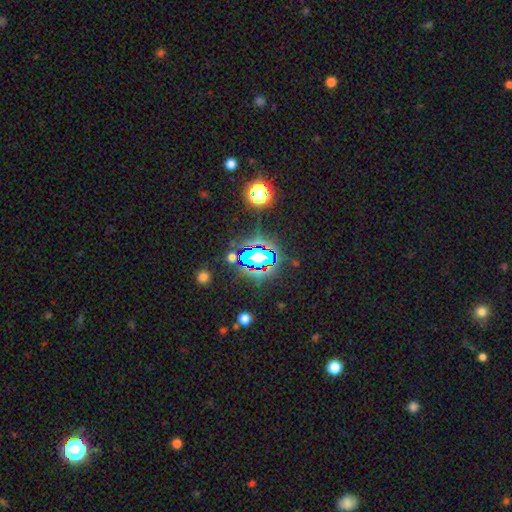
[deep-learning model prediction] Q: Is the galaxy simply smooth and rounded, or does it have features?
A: star or artifact — 69%.